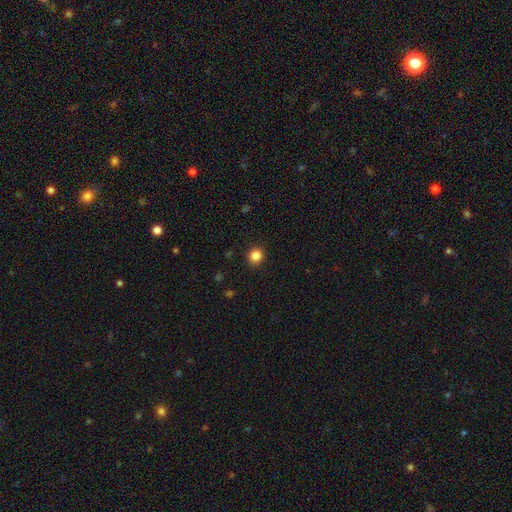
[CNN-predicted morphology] smooth-or-featured: smooth: 84% | star or artifact: 12% | featured or disk: 4%
  how-rounded: round: 89% | in between: 10% | cigar-shaped: 1%
  merging: none: 92% | minor disturbance: 5% | major disturbance: 2% | merger: 1%